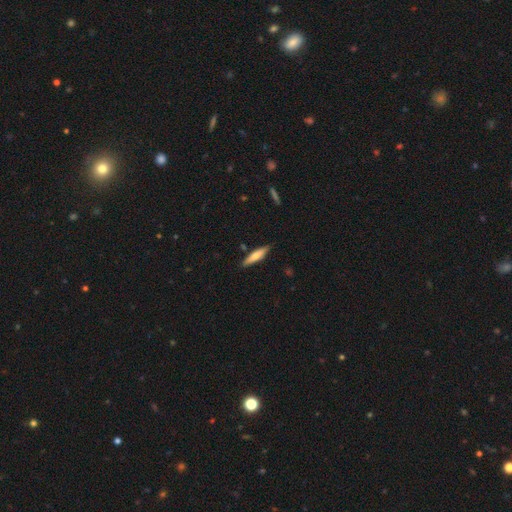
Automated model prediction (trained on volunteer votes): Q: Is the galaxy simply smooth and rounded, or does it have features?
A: smooth — 63%.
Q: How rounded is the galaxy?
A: cigar-shaped — 80%.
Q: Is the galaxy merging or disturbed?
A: none — 85%.